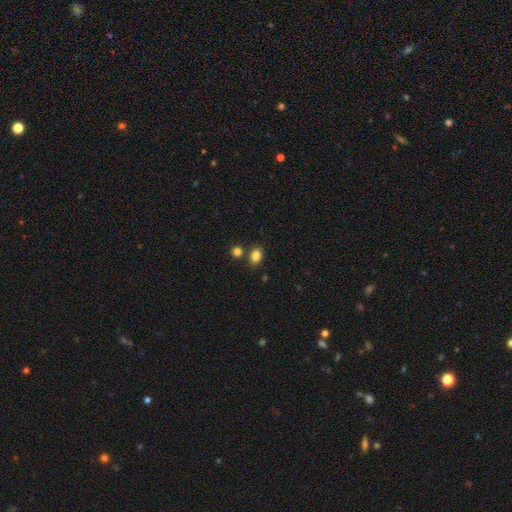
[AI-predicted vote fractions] This is clearly a smooth galaxy (84%). How rounded: possibly in between (60%). Merging: likely none (76%).